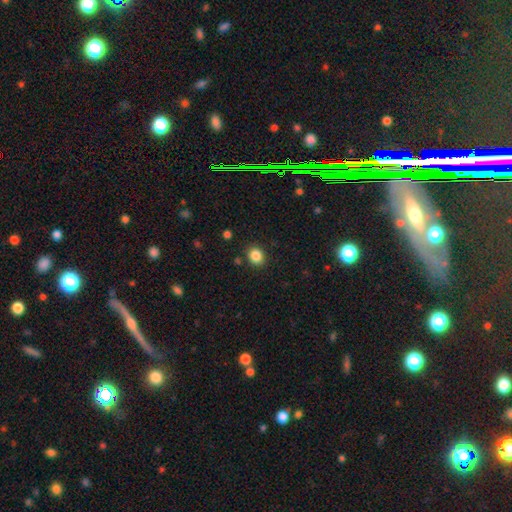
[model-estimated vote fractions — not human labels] Smooth or featured? Predicted: smooth (p=0.86). How rounded? Predicted: round (p=0.64). Merging? Predicted: none (p=0.88).